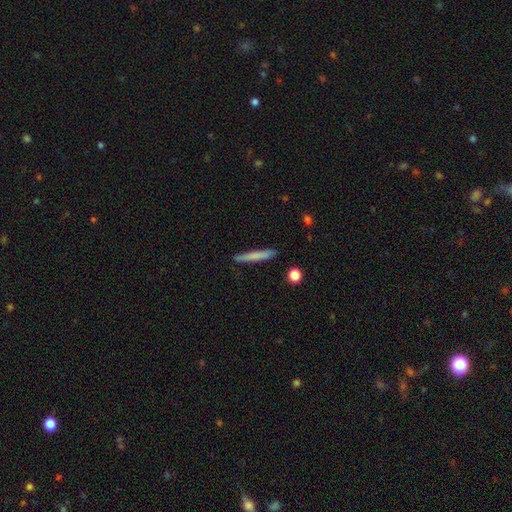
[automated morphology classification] A smooth galaxy with no disk features (71%) that is cigar-shaped (96%).

Vote fractions:
- Smooth or featured? smooth: 71% / featured or disk: 23% / star or artifact: 6%
- How rounded? cigar-shaped: 96% / in between: 3% / round: 1%
- Merging? none: 89% / minor disturbance: 8% / merger: 2% / major disturbance: 2%